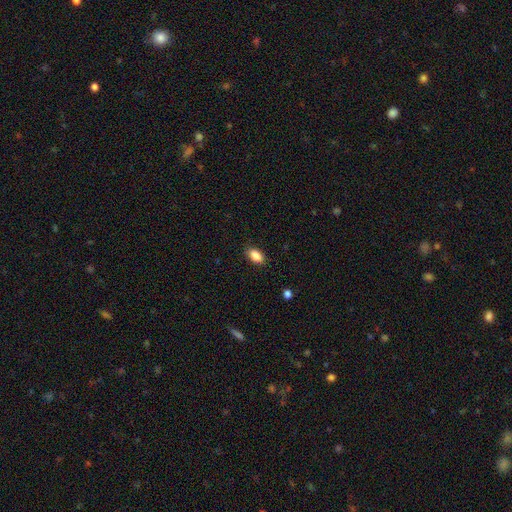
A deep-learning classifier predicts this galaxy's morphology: smooth_or_featured: smooth (p=0.88) [alt: star or artifact p=0.08]
how_rounded: in between (p=0.91) [alt: round p=0.06]
merging: none (p=0.86) [alt: minor disturbance p=0.10]